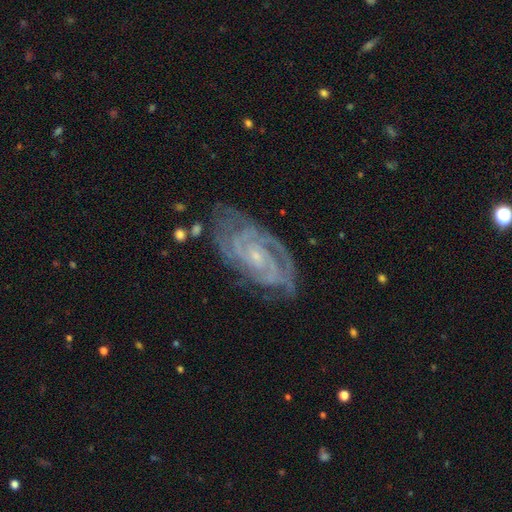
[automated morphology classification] Smooth or featured? Predicted: featured or disk (p=0.82). Edge-on disk? Predicted: no (p=0.95). Bar? Predicted: no (p=0.62). Spiral arms? Predicted: yes (p=0.96). Spiral winding? Predicted: tight (p=0.71). Spiral arm count? Predicted: 2 (p=0.34). Bulge size? Predicted: small (p=0.71). Merging? Predicted: none (p=0.78).